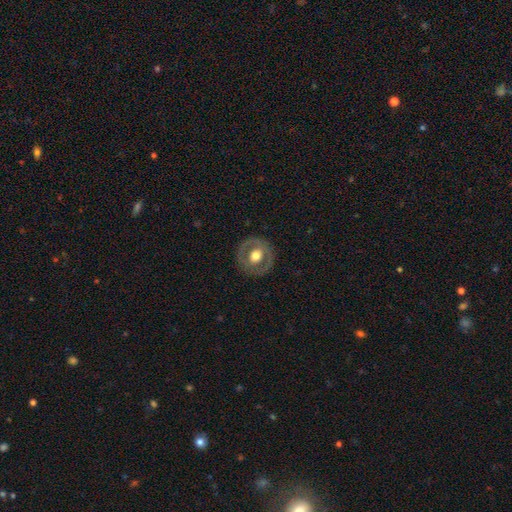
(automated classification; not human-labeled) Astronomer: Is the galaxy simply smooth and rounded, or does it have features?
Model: featured or disk — 53% (runner-up: smooth, 41%).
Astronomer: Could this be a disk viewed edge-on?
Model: no — 95%.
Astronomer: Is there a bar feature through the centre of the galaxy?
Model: no — 67%.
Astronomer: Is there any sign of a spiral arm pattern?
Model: no — 83%.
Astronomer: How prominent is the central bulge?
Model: moderate — 60%.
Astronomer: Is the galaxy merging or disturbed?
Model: none — 84%.